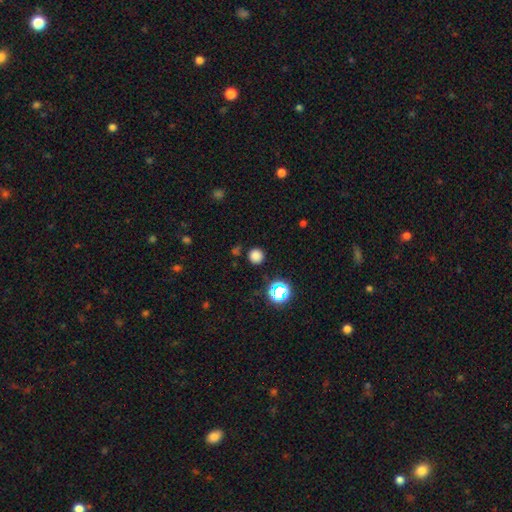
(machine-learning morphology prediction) Q: Smooth or featured?
A: smooth (77%); runner-up: star or artifact (18%)
Q: How rounded?
A: round (95%); runner-up: in between (4%)
Q: Merging?
A: none (88%); runner-up: minor disturbance (7%)